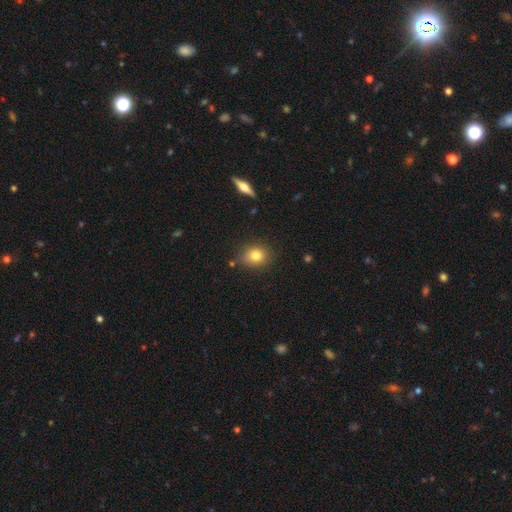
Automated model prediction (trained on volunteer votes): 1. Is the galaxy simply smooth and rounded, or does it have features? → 80% smooth, 11% star or artifact, 10% featured or disk.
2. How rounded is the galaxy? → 60% round, 39% in between, 2% cigar-shaped.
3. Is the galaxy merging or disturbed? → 81% none, 13% minor disturbance, 3% merger, 3% major disturbance.